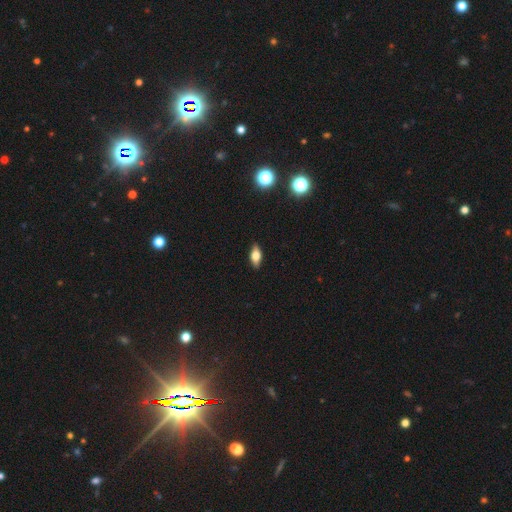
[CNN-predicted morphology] Smooth or featured? Predicted: smooth (p=0.58). How rounded? Predicted: in between (p=0.79). Merging? Predicted: none (p=0.88).